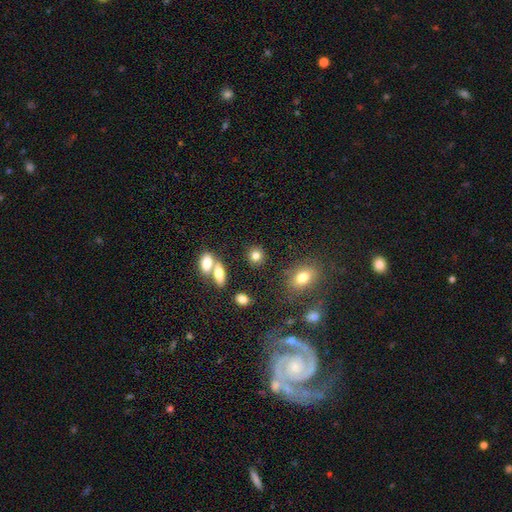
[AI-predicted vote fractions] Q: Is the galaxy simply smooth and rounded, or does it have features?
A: smooth — 80%.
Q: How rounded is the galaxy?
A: round — 75%.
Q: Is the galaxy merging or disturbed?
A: none — 79%.